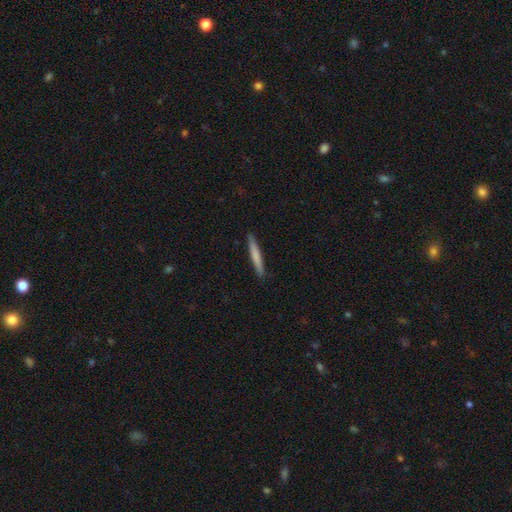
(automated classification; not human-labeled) A smooth galaxy with no disk features (72%) that is cigar-shaped (96%).

Vote fractions:
- Smooth or featured? smooth: 72% / featured or disk: 23% / star or artifact: 5%
- How rounded? cigar-shaped: 96% / in between: 3% / round: 1%
- Merging? none: 90% / minor disturbance: 7% / major disturbance: 1% / merger: 1%